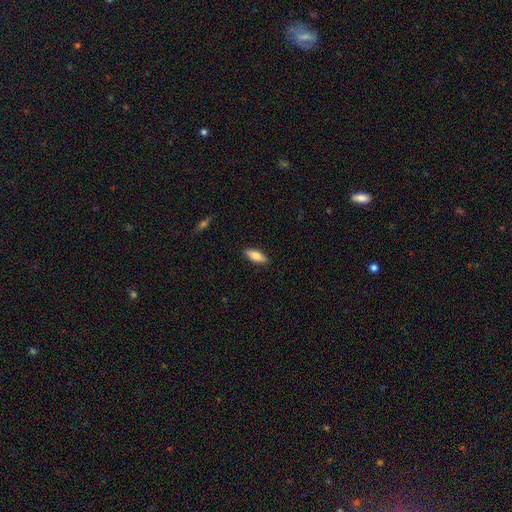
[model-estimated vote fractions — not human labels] Smooth or featured?
  - smooth: 82% *
  - featured or disk: 12%
  - star or artifact: 6%
How rounded?
  - in between: 75% *
  - cigar-shaped: 23%
  - round: 2%
Merging?
  - none: 88% *
  - minor disturbance: 9%
  - major disturbance: 2%
  - merger: 1%